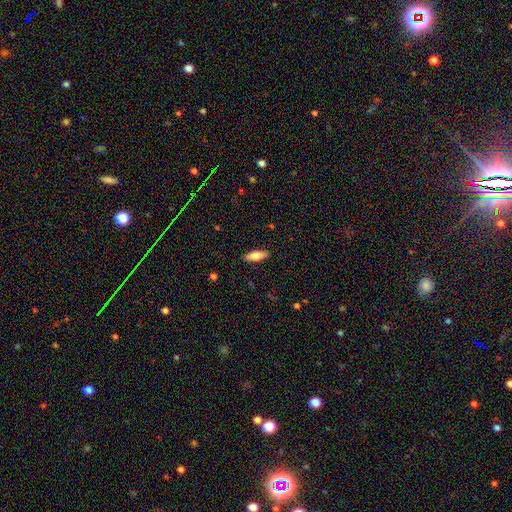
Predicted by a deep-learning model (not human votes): Morphology: type=smooth (69%); roundness=in between (63%); merging=none (89%).